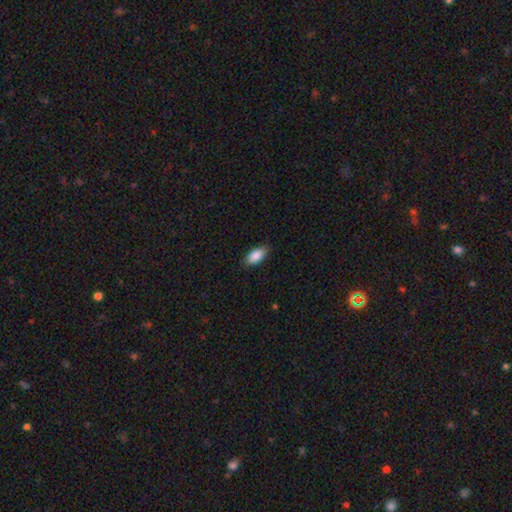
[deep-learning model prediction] The model was most divided on "merging": none: 85%, minor disturbance: 12%, major disturbance: 2%, merger: 1%. More confident: how rounded — in between (92%); smooth or featured — smooth (88%).